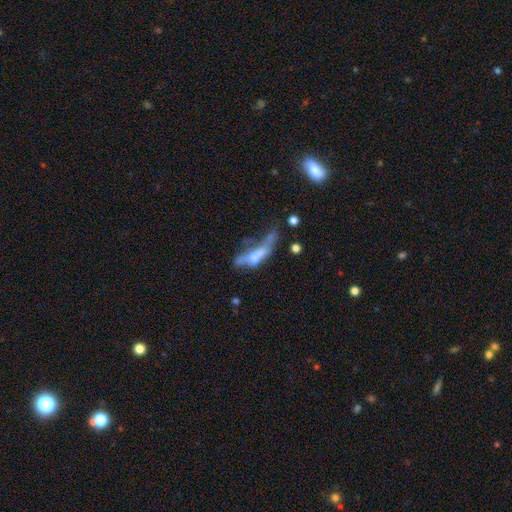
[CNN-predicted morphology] type=featured or disk (46%); merging=major disturbance (40%).